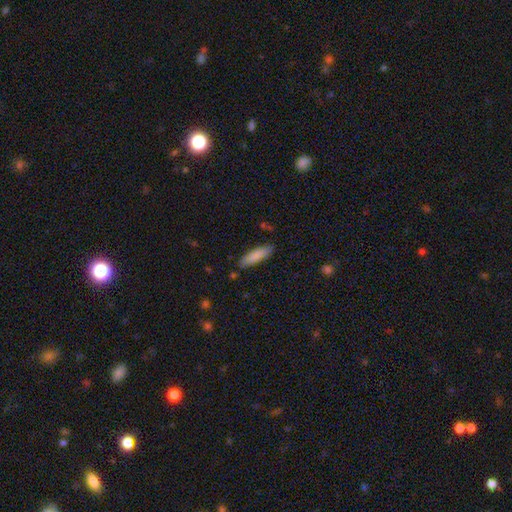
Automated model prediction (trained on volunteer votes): Morphology: type=smooth (85%); roundness=cigar-shaped (63%); merging=none (83%).